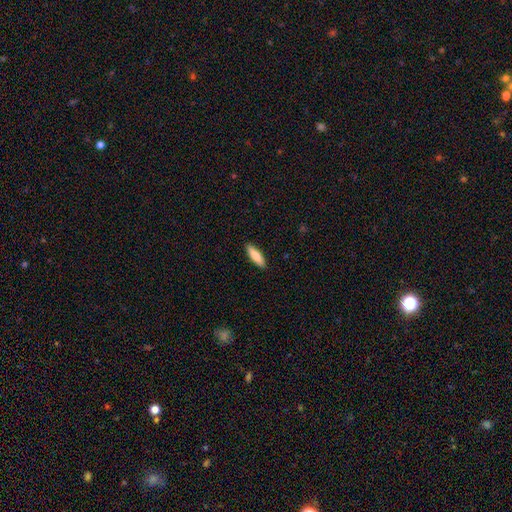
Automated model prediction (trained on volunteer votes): Smooth or featured: smooth — 77% (featured or disk — 17%)
How rounded: cigar-shaped — 61% (in between — 37%)
Merging: none — 90% (minor disturbance — 7%)